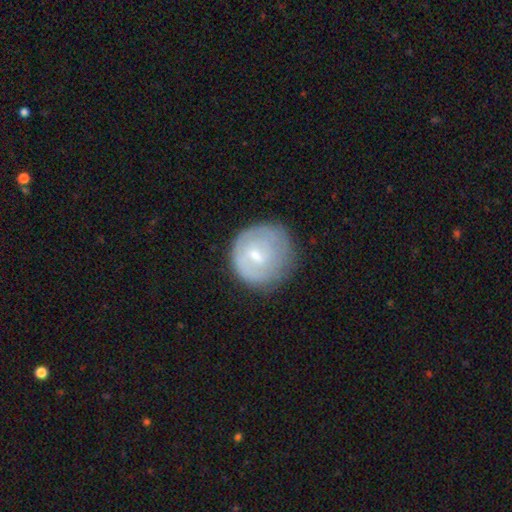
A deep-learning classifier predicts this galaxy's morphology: Smooth or featured?
  - smooth: 47% *
  - featured or disk: 46%
  - star or artifact: 7%
Merging?
  - none: 65% *
  - minor disturbance: 22%
  - major disturbance: 11%
  - merger: 2%